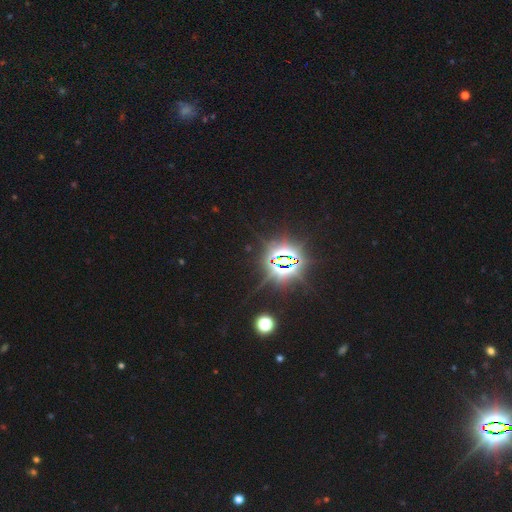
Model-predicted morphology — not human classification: Smooth or featured? Predicted: star or artifact (p=0.84).